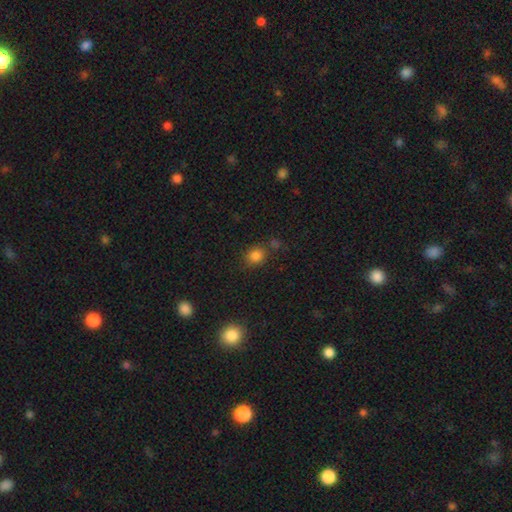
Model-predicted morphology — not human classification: A smooth galaxy with no disk features (80%) that is round (68%).

Vote fractions:
- Smooth or featured? smooth: 80% / star or artifact: 15% / featured or disk: 5%
- How rounded? round: 68% / in between: 31% / cigar-shaped: 1%
- Merging? none: 72% / minor disturbance: 13% / merger: 10% / major disturbance: 4%